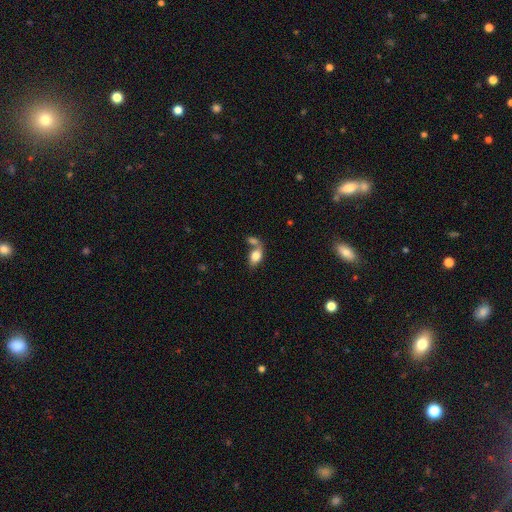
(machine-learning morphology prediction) smooth 78%, featured or disk 14%, star or artifact 8%. Down the decision tree: how rounded — in between (87%); merging — merger (49%).